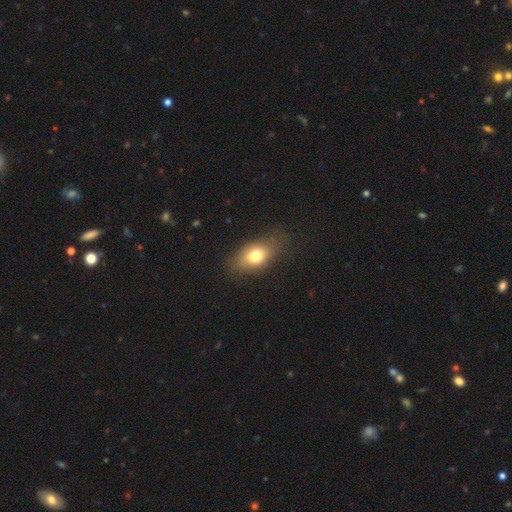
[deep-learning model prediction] Morphology: type=smooth (73%); roundness=in between (80%); merging=none (71%).